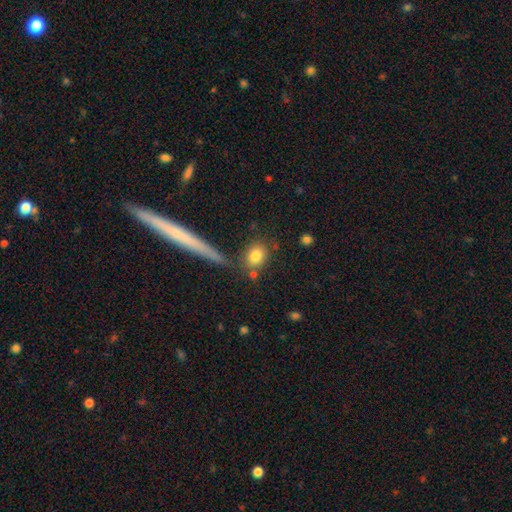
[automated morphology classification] Smooth or featured: smooth — 81% (featured or disk — 10%)
How rounded: round — 54% (in between — 41%)
Merging: none — 76% (minor disturbance — 11%)